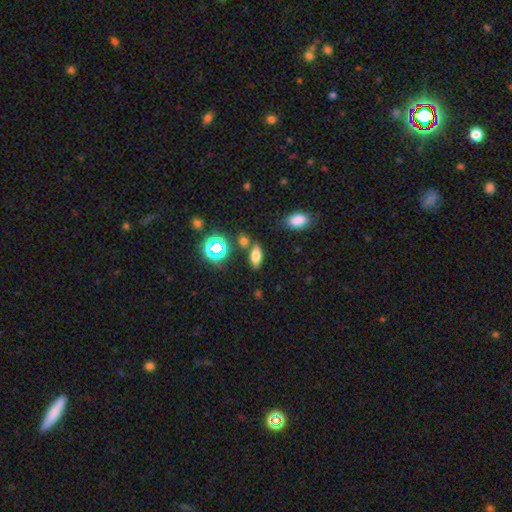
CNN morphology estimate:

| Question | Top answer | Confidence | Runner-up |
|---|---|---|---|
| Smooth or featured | smooth | 71% | star or artifact (17%) |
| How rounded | in between | 80% | cigar-shaped (12%) |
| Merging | none | 76% | minor disturbance (12%) |